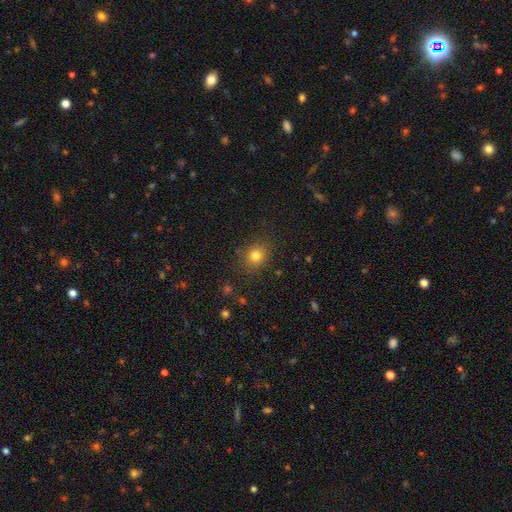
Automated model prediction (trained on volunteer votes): smooth-or-featured: smooth: 80% | star or artifact: 13% | featured or disk: 7%
  how-rounded: round: 73% | in between: 26% | cigar-shaped: 1%
  merging: none: 85% | minor disturbance: 10% | major disturbance: 4% | merger: 2%